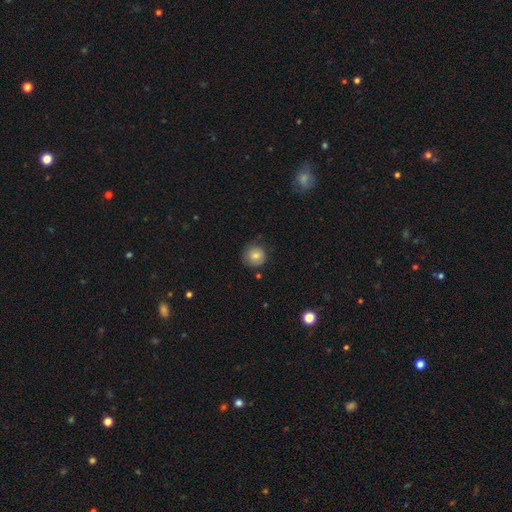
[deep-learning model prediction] A smooth galaxy with no disk features (80%) that is round (93%).

Vote fractions:
- Smooth or featured? smooth: 80% / featured or disk: 11% / star or artifact: 10%
- How rounded? round: 93% / in between: 6% / cigar-shaped: 1%
- Merging? none: 80% / minor disturbance: 15% / major disturbance: 3% / merger: 2%